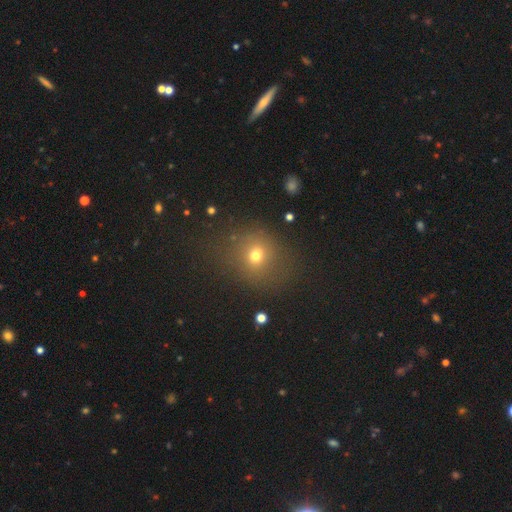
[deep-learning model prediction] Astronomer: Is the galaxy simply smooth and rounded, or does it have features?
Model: smooth — 68%.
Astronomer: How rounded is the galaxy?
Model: round — 78%.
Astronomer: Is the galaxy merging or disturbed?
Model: none — 79%.